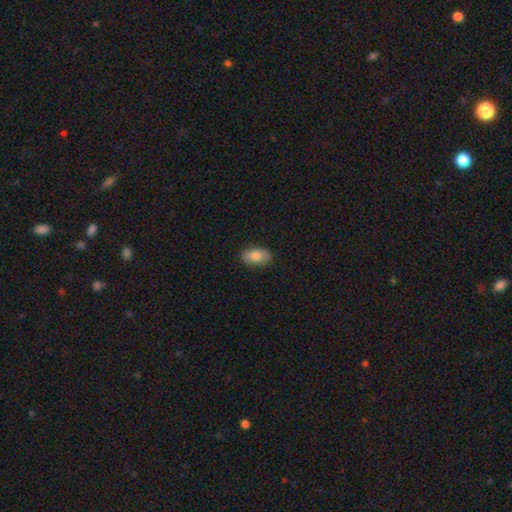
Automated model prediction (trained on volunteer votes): This is clearly a smooth galaxy (82%). How rounded: clearly in between (92%). Merging: clearly none (88%).